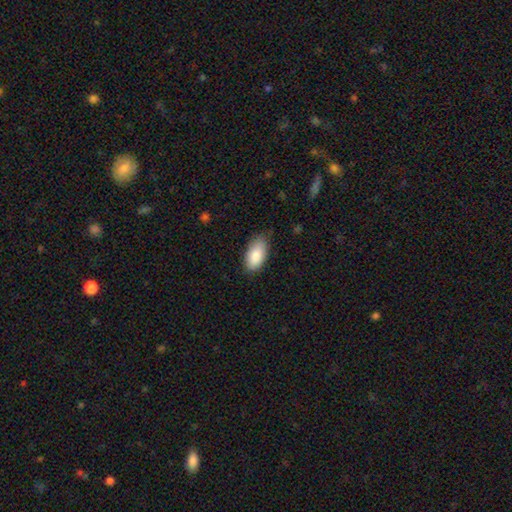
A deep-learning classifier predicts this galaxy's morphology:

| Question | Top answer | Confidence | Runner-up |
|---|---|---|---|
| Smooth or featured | smooth | 87% | featured or disk (7%) |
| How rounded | in between | 94% | cigar-shaped (3%) |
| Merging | none | 77% | minor disturbance (19%) |